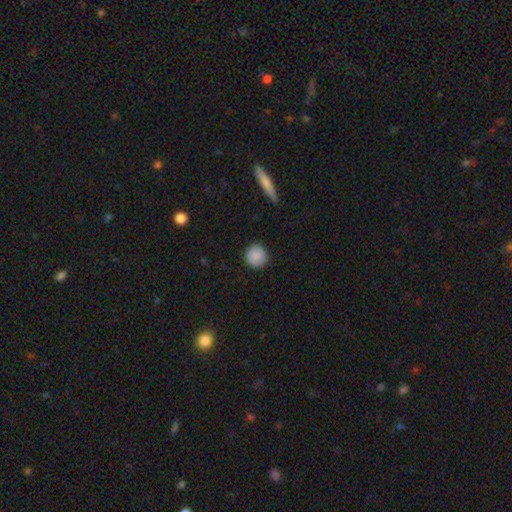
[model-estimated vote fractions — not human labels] Smooth or featured?
  - smooth: 89% *
  - star or artifact: 8%
  - featured or disk: 4%
How rounded?
  - round: 94% *
  - in between: 5%
  - cigar-shaped: 1%
Merging?
  - none: 90% *
  - minor disturbance: 7%
  - major disturbance: 2%
  - merger: 1%